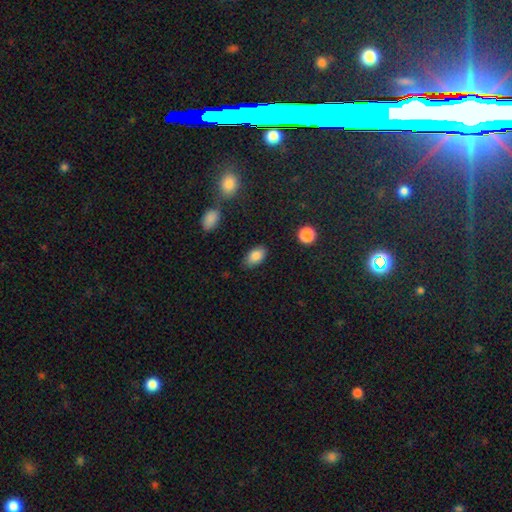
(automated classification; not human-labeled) A smooth galaxy with no disk features (85%) that is in between round and cigar-shaped (91%).

Vote fractions:
- Smooth or featured? smooth: 85% / star or artifact: 8% / featured or disk: 7%
- How rounded? in between: 91% / round: 7% / cigar-shaped: 2%
- Merging? none: 82% / minor disturbance: 13% / major disturbance: 3% / merger: 2%